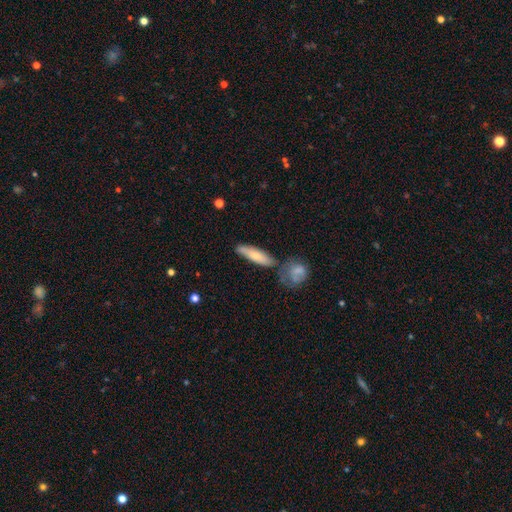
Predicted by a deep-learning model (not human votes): Smooth or featured? smooth (72%)
How rounded? cigar-shaped (66%)
Merging? none (61%)